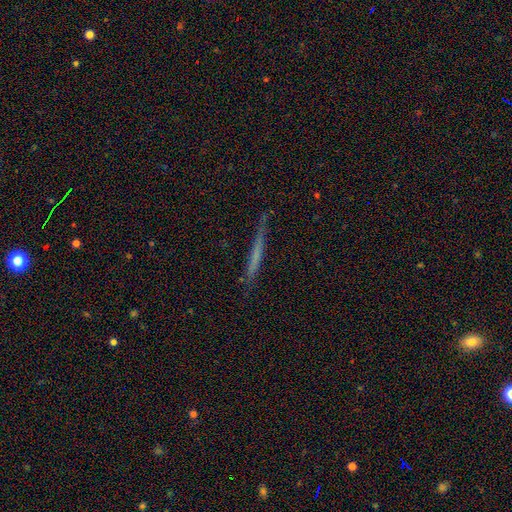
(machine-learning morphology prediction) Smooth or featured: smooth — 54% (featured or disk — 37%)
How rounded: cigar-shaped — 96% (in between — 2%)
Merging: none — 79% (minor disturbance — 16%)